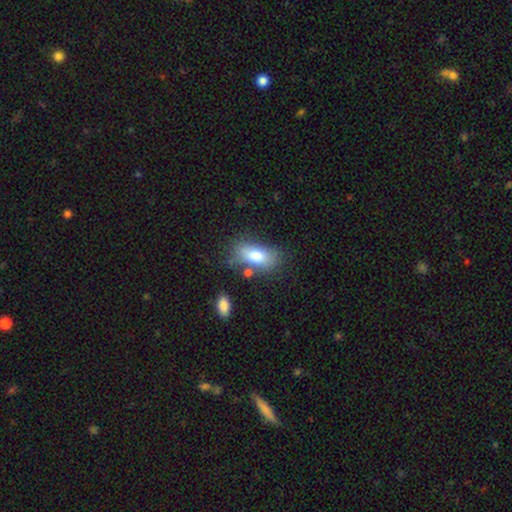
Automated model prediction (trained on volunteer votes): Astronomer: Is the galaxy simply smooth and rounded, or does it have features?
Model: smooth — 79%.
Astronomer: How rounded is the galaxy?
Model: in between — 87%.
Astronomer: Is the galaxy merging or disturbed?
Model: none — 64%.